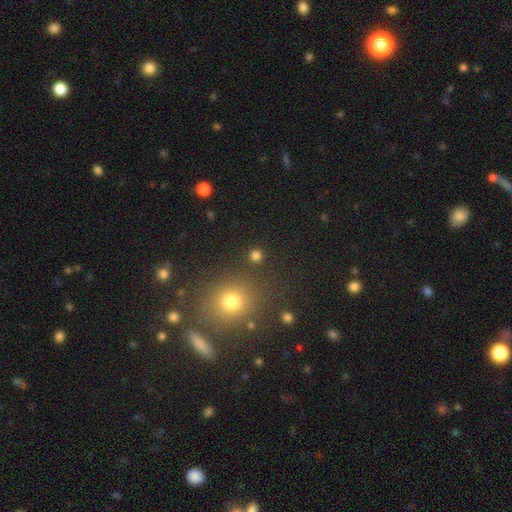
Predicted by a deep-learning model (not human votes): Smooth or featured?
  - smooth: 80% *
  - star or artifact: 16%
  - featured or disk: 4%
How rounded?
  - round: 92% *
  - in between: 7%
  - cigar-shaped: 1%
Merging?
  - none: 87% *
  - minor disturbance: 5%
  - merger: 5%
  - major disturbance: 3%